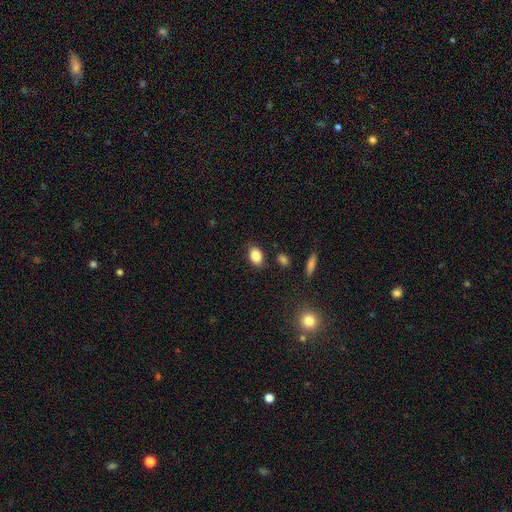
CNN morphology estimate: smooth_or_featured: smooth (p=0.86) [alt: star or artifact p=0.09]
how_rounded: in between (p=0.81) [alt: round p=0.18]
merging: none (p=0.82) [alt: minor disturbance p=0.12]